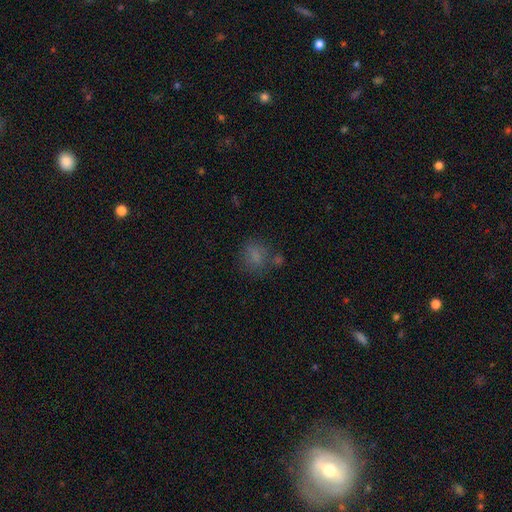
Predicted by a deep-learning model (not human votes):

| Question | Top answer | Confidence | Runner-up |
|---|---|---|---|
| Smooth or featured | smooth | 72% | star or artifact (16%) |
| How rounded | round | 61% | in between (37%) |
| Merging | none | 61% | minor disturbance (17%) |